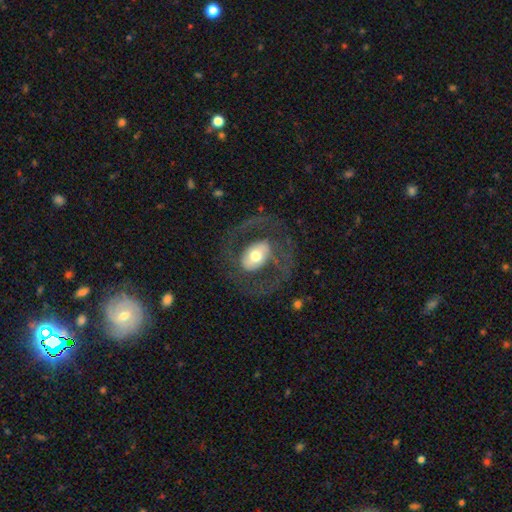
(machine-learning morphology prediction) Smooth or featured: featured or disk — 73% (smooth — 21%)
Edge-on disk: no — 95% (yes — 5%)
Bar: no — 46% (weak — 31%)
Spiral arms: yes — 74% (no — 26%)
Spiral winding: medium — 51% (loose — 27%)
Spiral arm count: 2 — 83% (can't tell — 7%)
Bulge size: moderate — 63% (large — 21%)
Merging: none — 67% (major disturbance — 19%)